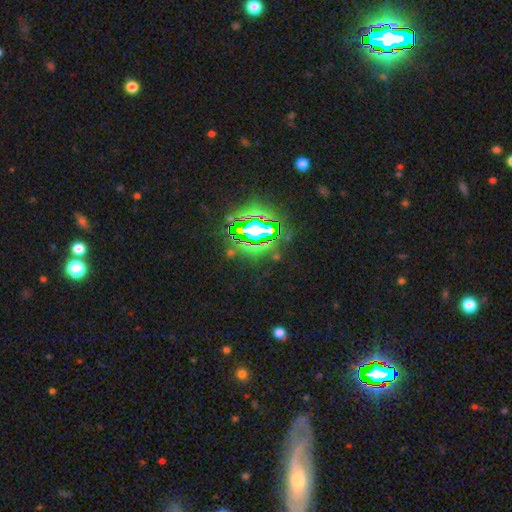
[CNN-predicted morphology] Smooth or featured?
  - star or artifact: 79% *
  - smooth: 12%
  - featured or disk: 9%